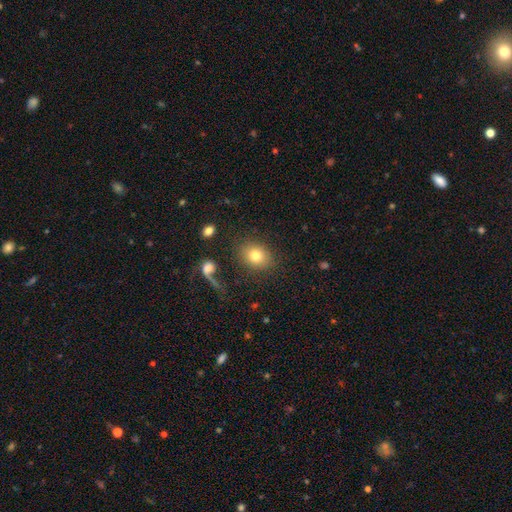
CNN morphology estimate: The model was most divided on "how rounded": in between: 52%, round: 47%, cigar-shaped: 1%. More confident: merging — none (82%); smooth or featured — smooth (79%).